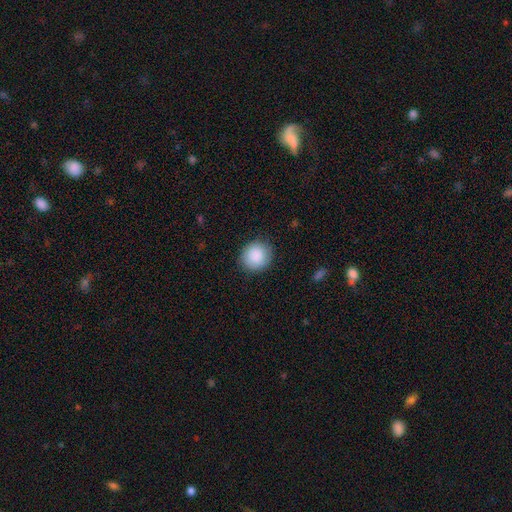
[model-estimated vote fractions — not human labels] Morphology: type=smooth (89%); roundness=round (88%); merging=none (88%).